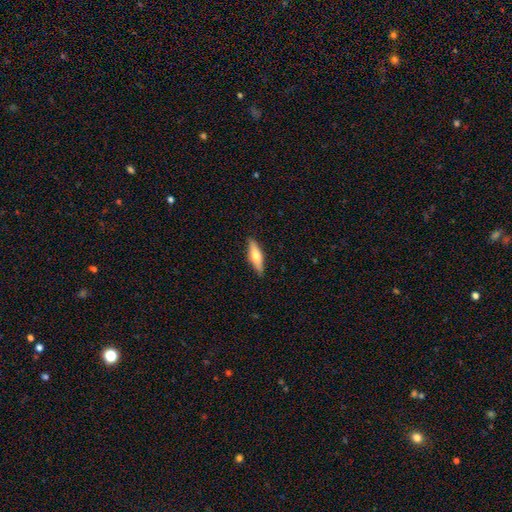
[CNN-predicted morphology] type=smooth (61%); roundness=cigar-shaped (58%); merging=none (88%).